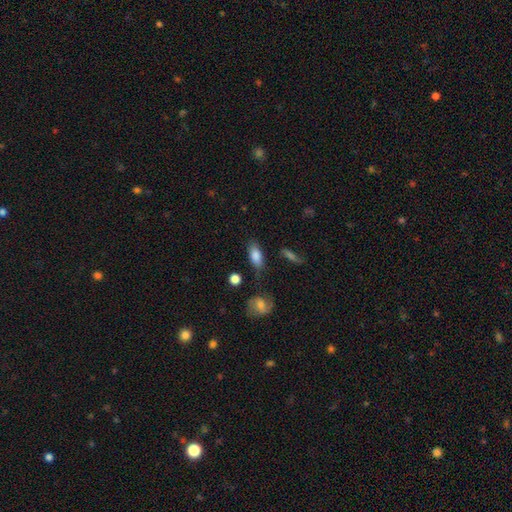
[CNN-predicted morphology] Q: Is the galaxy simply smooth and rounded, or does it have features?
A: smooth — 80%.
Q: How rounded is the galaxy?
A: in between — 84%.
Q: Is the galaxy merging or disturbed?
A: none — 70%.